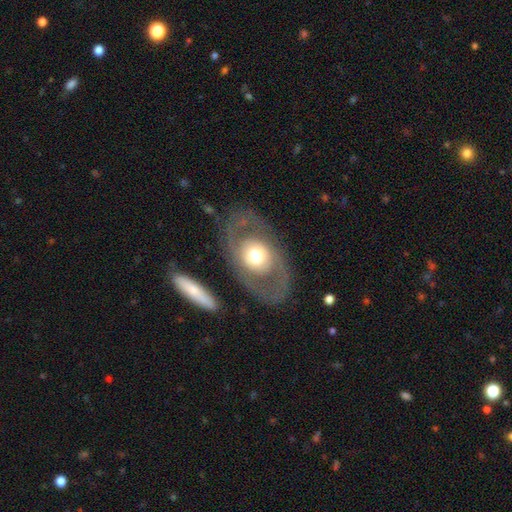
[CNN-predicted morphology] A featured or disk galaxy (61%) with no bar (79%), no spiral arms (65%) and a moderate central bulge (55%). Merging: none (76%).